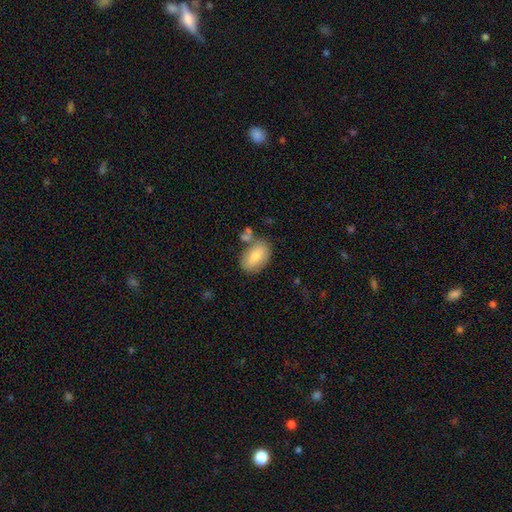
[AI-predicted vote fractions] This appears to be a smooth galaxy with no disk features (75%) that is in between round and cigar-shaped (89%). Merging: none (66%).